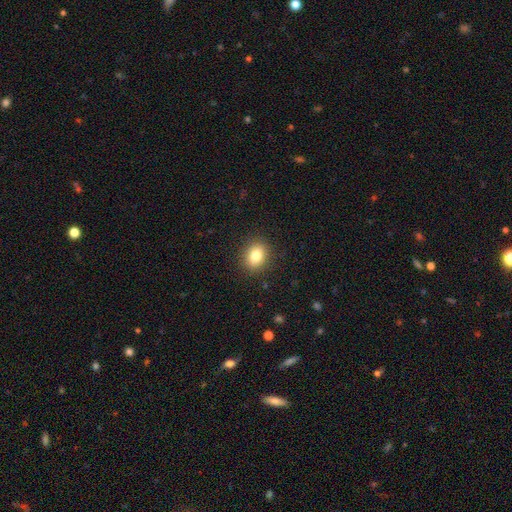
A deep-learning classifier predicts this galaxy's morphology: smooth 82%, star or artifact 10%, featured or disk 8%. Down the decision tree: how rounded — round (53%); merging — none (89%).